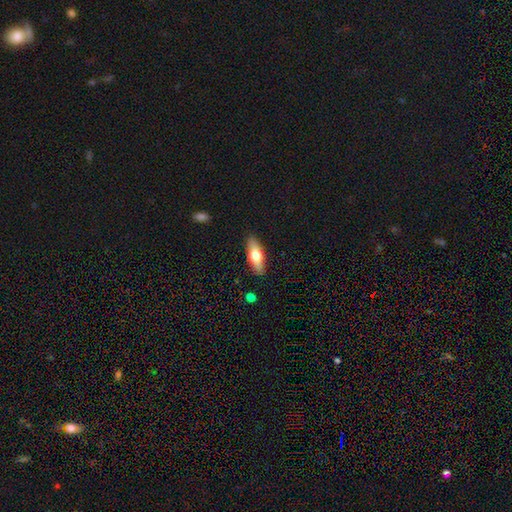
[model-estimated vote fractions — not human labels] Smooth or featured? smooth (66%)
How rounded? in between (58%)
Merging? none (87%)